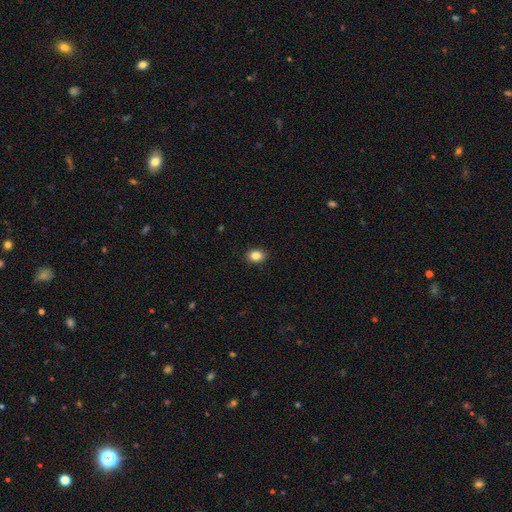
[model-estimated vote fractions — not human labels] Morphology: type=smooth (86%); roundness=in between (58%); merging=none (90%).